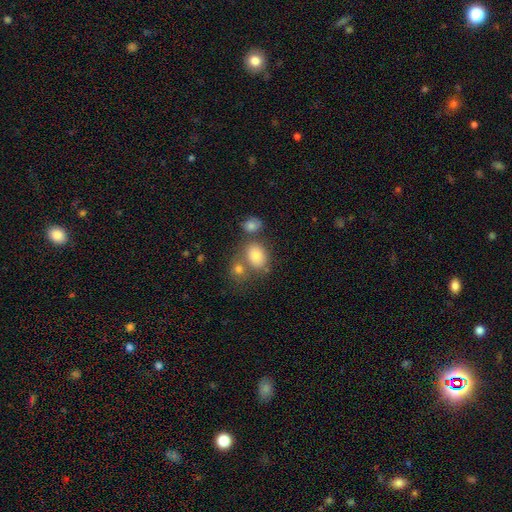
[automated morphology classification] Smooth or featured? Predicted: smooth (p=0.78). How rounded? Predicted: round (p=0.51). Merging? Predicted: none (p=0.50).